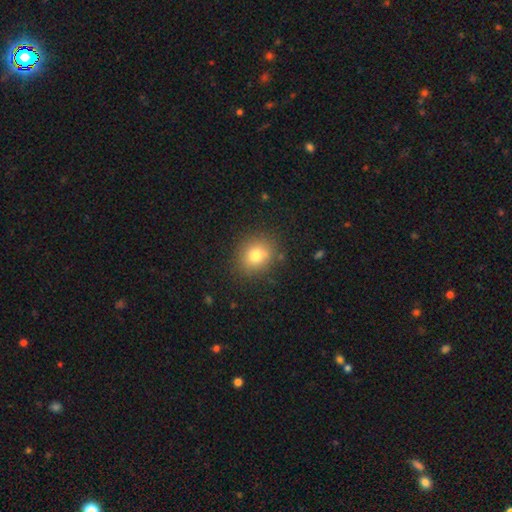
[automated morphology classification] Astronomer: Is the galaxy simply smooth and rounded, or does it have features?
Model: smooth — 77%.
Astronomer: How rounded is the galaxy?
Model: round — 73%.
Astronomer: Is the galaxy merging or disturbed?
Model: none — 83%.